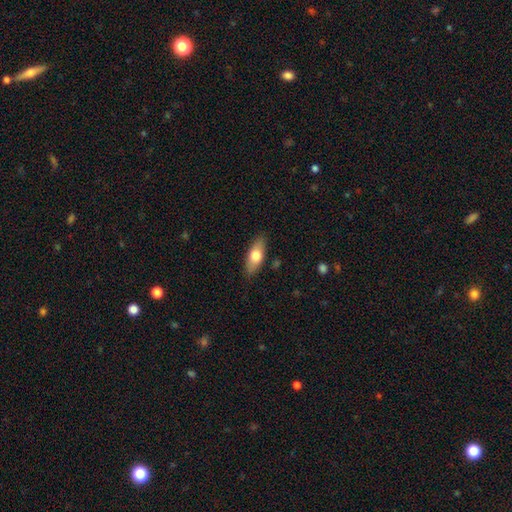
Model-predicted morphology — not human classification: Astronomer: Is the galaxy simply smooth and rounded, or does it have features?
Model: smooth — 70%.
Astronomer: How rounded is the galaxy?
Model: in between — 77%.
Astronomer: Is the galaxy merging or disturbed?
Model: none — 86%.